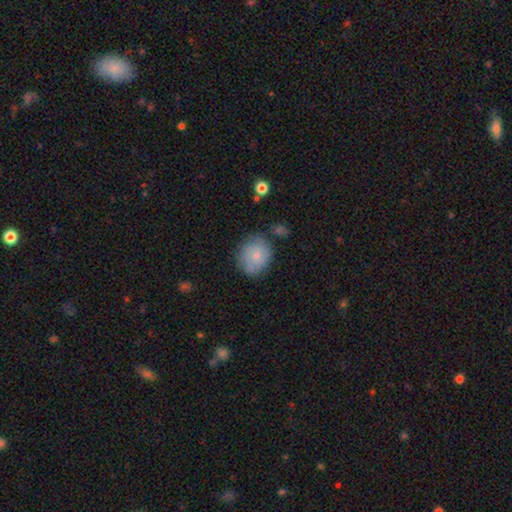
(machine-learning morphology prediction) The model was most divided on "smooth or featured": smooth: 60%, featured or disk: 33%, star or artifact: 7%. More confident: merging — none (66%); how rounded — round (65%).